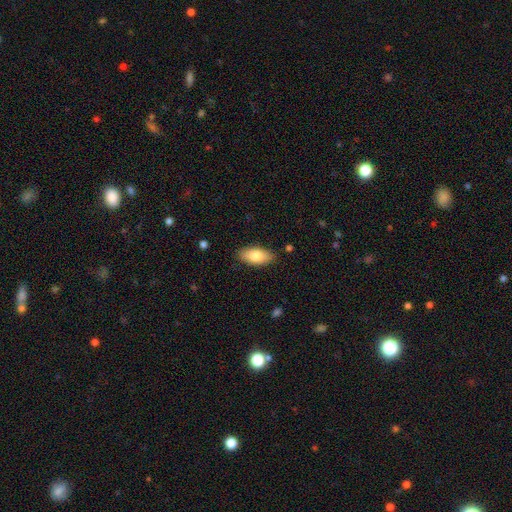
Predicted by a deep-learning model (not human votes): Q: Smooth or featured?
A: smooth (81%); runner-up: featured or disk (13%)
Q: How rounded?
A: in between (89%); runner-up: cigar-shaped (8%)
Q: Merging?
A: none (86%); runner-up: minor disturbance (10%)